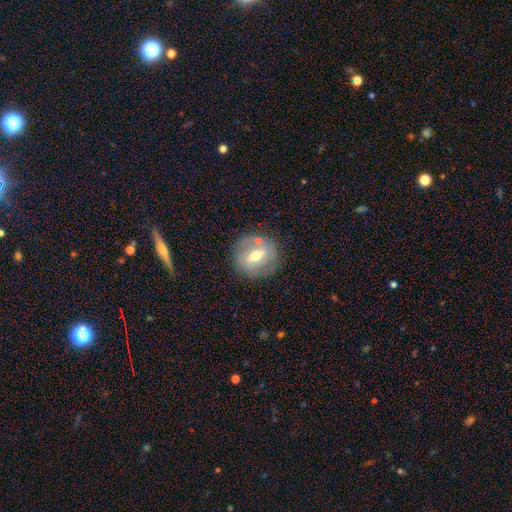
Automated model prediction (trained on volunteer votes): This appears to be a featured or disk galaxy (57%) with a weak bar (43%), no spiral arms (63%) and a moderate central bulge (74%). Merging: none (74%).